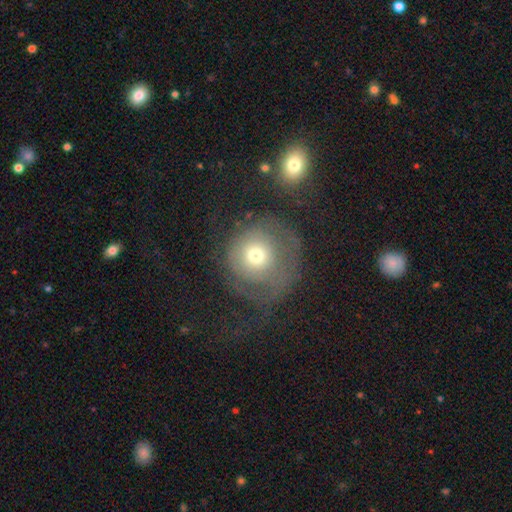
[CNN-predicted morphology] smooth 54%, featured or disk 36%, star or artifact 11%. Down the decision tree: how rounded — round (90%); merging — major disturbance (40%).